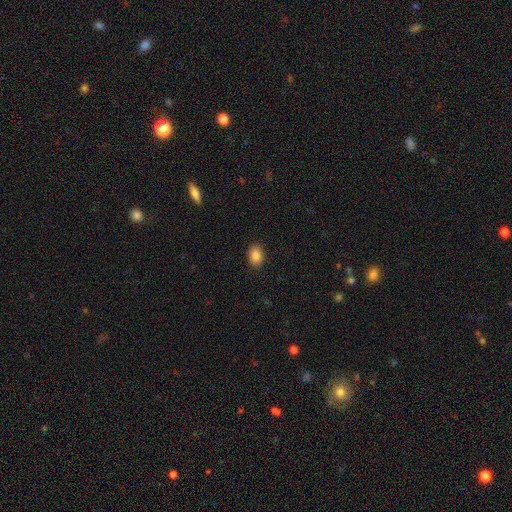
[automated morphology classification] This is clearly a smooth galaxy (88%). How rounded: clearly in between (85%). Merging: clearly none (89%).